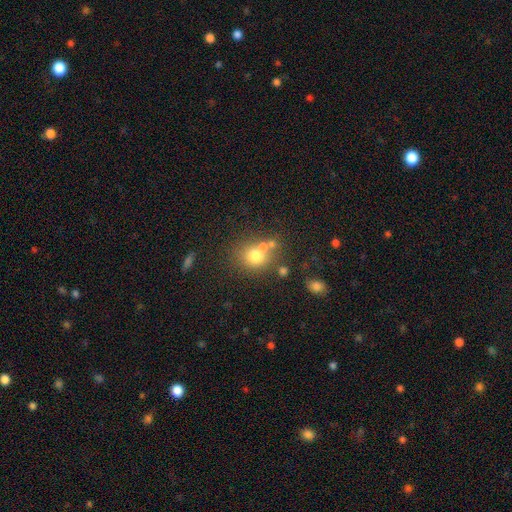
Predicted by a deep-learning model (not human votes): Smooth or featured?
  - smooth: 72% *
  - featured or disk: 14%
  - star or artifact: 14%
How rounded?
  - round: 77% *
  - in between: 22%
  - cigar-shaped: 1%
Merging?
  - none: 56% *
  - merger: 27%
  - minor disturbance: 12%
  - major disturbance: 6%